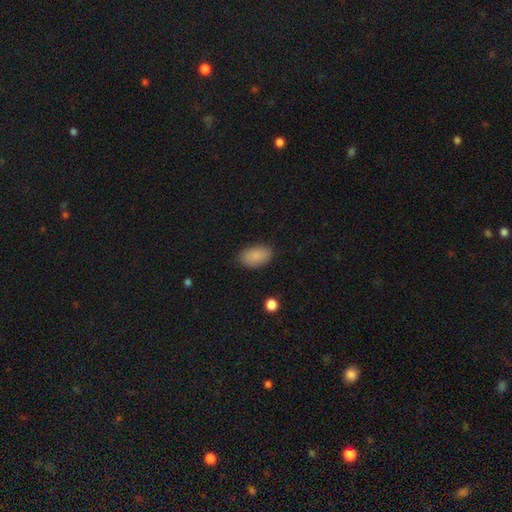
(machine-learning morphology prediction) smooth-or-featured: smooth: 88% | star or artifact: 7% | featured or disk: 4%
  how-rounded: in between: 92% | round: 6% | cigar-shaped: 2%
  merging: none: 85% | minor disturbance: 11% | major disturbance: 3% | merger: 1%